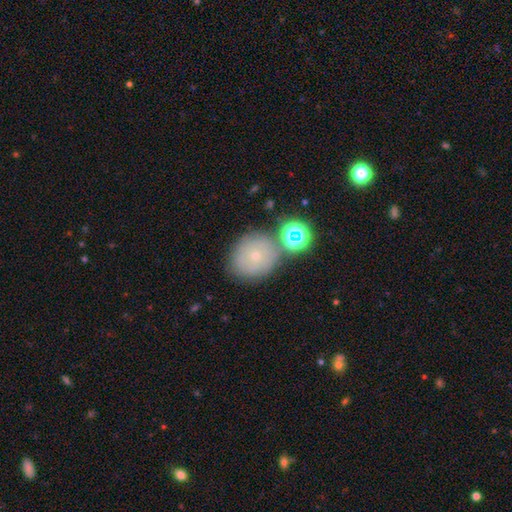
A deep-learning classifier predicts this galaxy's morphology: Smooth or featured?
  - smooth: 53% *
  - featured or disk: 24%
  - star or artifact: 22%
How rounded?
  - round: 83% *
  - in between: 16%
  - cigar-shaped: 1%
Merging?
  - none: 73% *
  - minor disturbance: 12%
  - merger: 12%
  - major disturbance: 4%